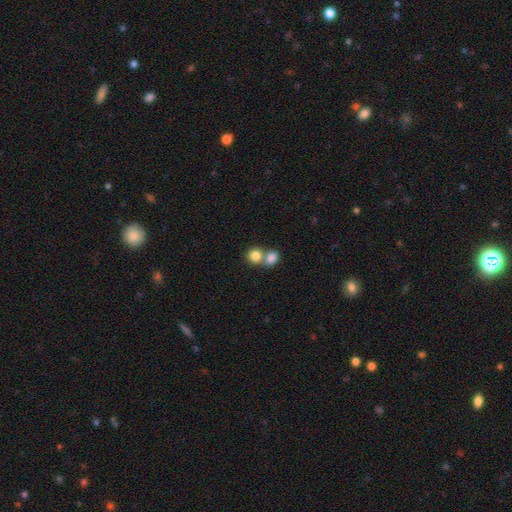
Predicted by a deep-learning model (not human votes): This appears to be a smooth galaxy with no disk features (83%) that is round (76%). Merging: merger (55%).